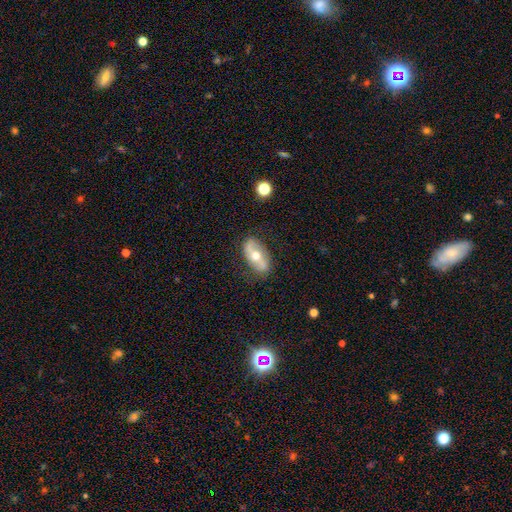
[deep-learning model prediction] smooth-or-featured: featured or disk: 58% | smooth: 35% | star or artifact: 6%
  disk-edge-on: no: 85% | yes: 15%
  merging: none: 79% | minor disturbance: 15% | major disturbance: 4% | merger: 2%